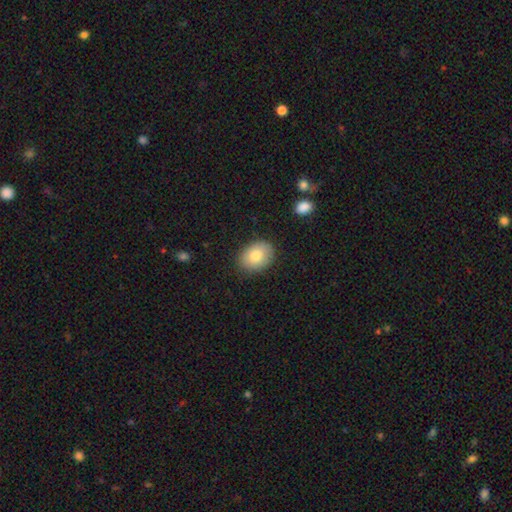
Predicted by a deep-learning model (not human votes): smooth_or_featured: smooth (p=0.80) [alt: featured or disk p=0.12]
how_rounded: in between (p=0.74) [alt: round p=0.25]
merging: none (p=0.85) [alt: minor disturbance p=0.11]